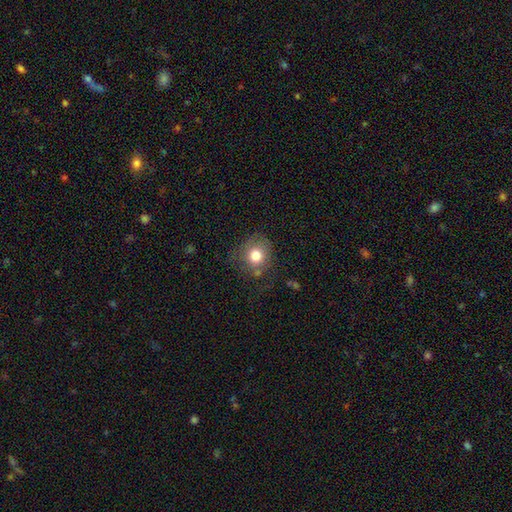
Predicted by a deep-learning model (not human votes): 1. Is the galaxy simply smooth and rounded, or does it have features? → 78% smooth, 12% featured or disk, 10% star or artifact.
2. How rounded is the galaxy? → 80% round, 19% in between, 1% cigar-shaped.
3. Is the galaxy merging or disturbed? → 64% none, 22% minor disturbance, 10% major disturbance, 4% merger.